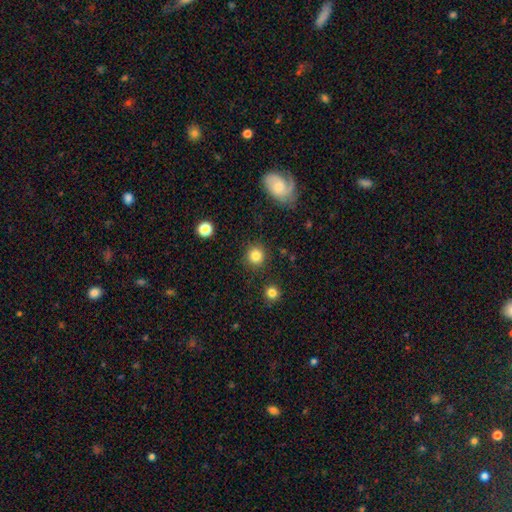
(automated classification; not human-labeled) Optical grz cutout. It shows a smooth galaxy with no disk features (84%) that is round (91%). Merging: none (89%).